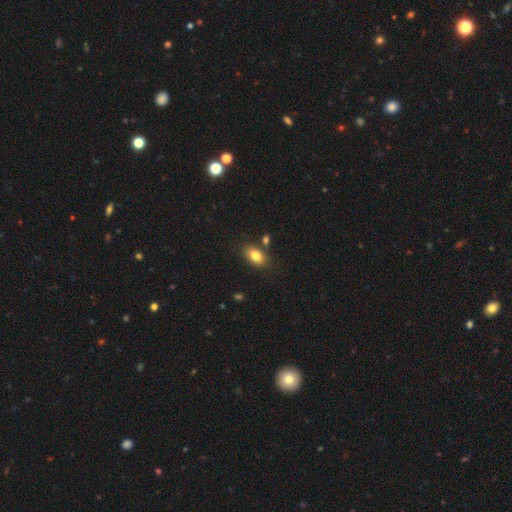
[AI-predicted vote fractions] This is clearly a smooth galaxy (82%). How rounded: clearly in between (87%). Merging: likely none (77%).